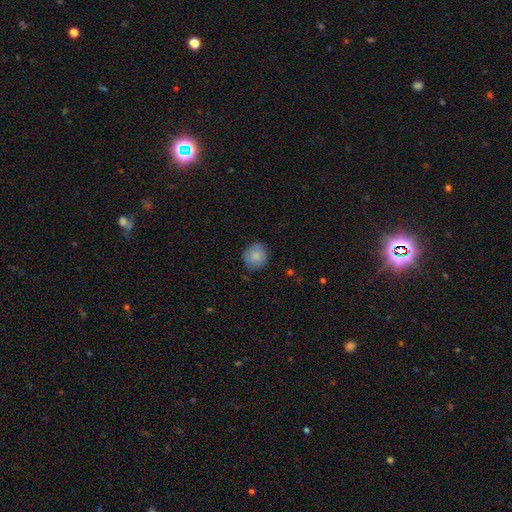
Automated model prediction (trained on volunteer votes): Smooth or featured? smooth (85%)
How rounded? round (80%)
Merging? none (81%)